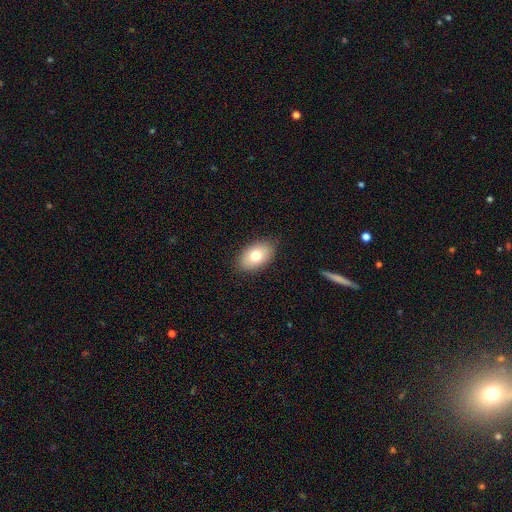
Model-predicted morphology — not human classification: The model was most divided on "smooth or featured": smooth: 76%, featured or disk: 16%, star or artifact: 8%. More confident: how rounded — in between (91%); merging — none (86%).